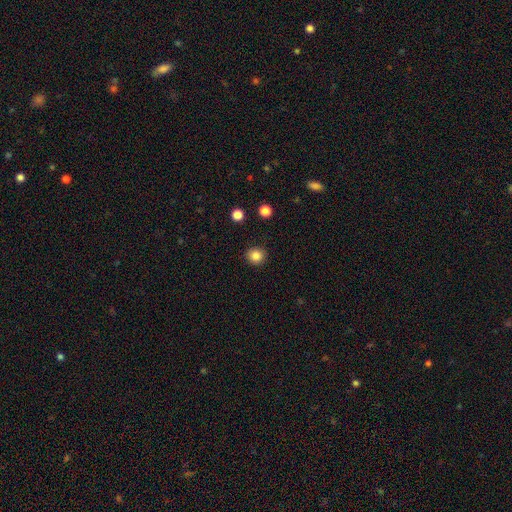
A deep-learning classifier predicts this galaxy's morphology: smooth-or-featured: smooth: 85% | star or artifact: 11% | featured or disk: 4%
  how-rounded: round: 91% | in between: 8% | cigar-shaped: 1%
  merging: none: 90% | minor disturbance: 6% | major disturbance: 2% | merger: 1%